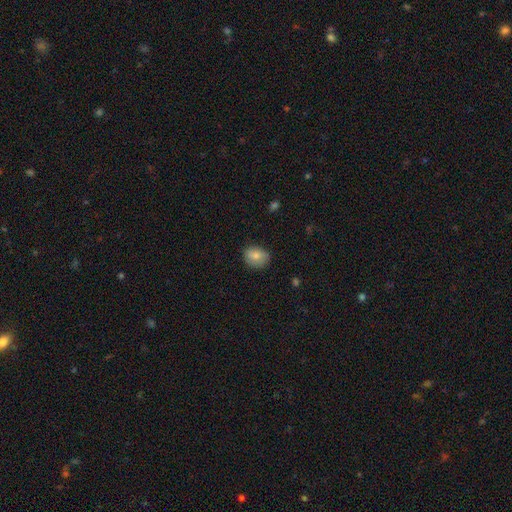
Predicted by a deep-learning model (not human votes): The model was most divided on "how rounded": round: 52%, in between: 47%, cigar-shaped: 1%. More confident: smooth or featured — smooth (79%); merging — none (74%).